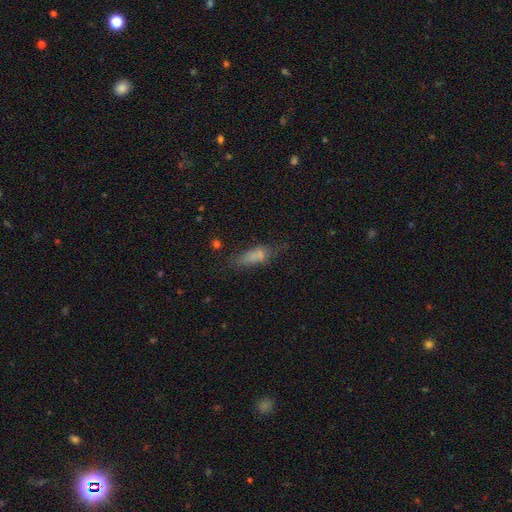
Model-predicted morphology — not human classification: The model was most divided on "how rounded": in between: 57%, cigar-shaped: 39%, round: 4%. More confident: smooth or featured — smooth (69%); merging — none (50%).